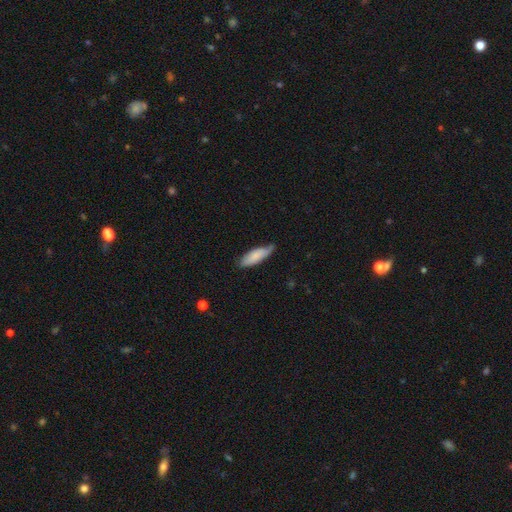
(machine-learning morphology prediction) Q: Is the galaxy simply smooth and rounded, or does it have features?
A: smooth — 81%.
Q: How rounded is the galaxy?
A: in between — 57%.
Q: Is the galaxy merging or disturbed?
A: none — 62%.